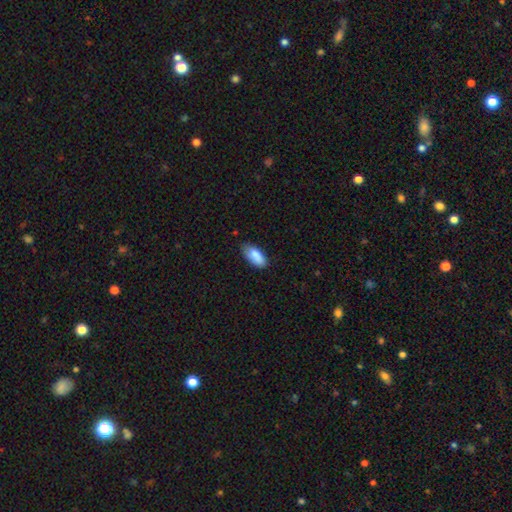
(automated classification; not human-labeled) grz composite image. It shows a smooth galaxy with no disk features (86%) that is in between round and cigar-shaped (88%). Merging: none (72%).